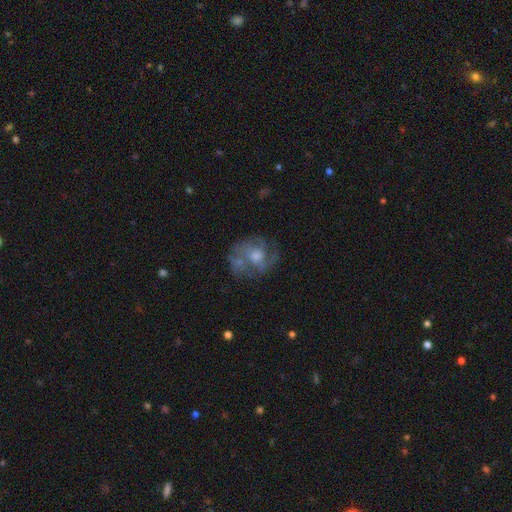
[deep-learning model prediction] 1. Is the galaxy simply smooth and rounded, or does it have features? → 63% featured or disk, 26% smooth, 11% star or artifact.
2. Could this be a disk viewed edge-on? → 97% no, 3% yes.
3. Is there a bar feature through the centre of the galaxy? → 78% no, 19% weak, 3% strong.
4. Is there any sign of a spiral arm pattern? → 55% yes, 45% no.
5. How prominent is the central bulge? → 63% moderate, 21% small, 10% large, 5% none, 1% dominant.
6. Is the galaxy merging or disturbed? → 56% none, 19% minor disturbance, 17% major disturbance, 8% merger.